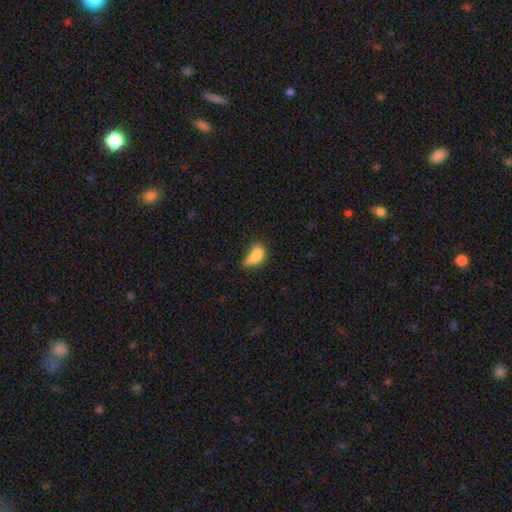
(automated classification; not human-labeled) Overall: smooth (74%). How rounded: in between (80%). Merging: minor disturbance (32%; none 28%).